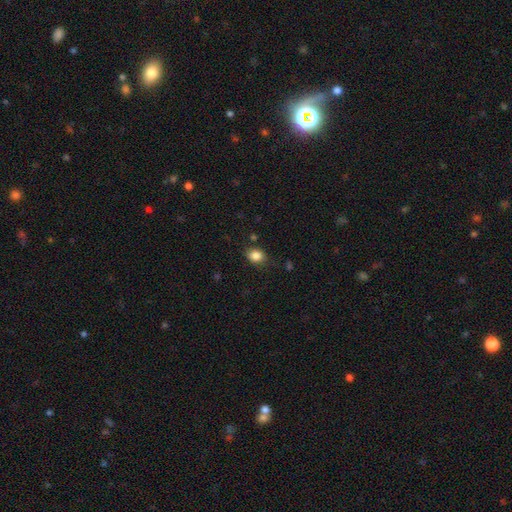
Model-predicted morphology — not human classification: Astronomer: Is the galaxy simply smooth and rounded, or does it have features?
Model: smooth — 85%.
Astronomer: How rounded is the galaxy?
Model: in between — 54% (runner-up: round, 45%).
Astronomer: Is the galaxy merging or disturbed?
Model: none — 80%.